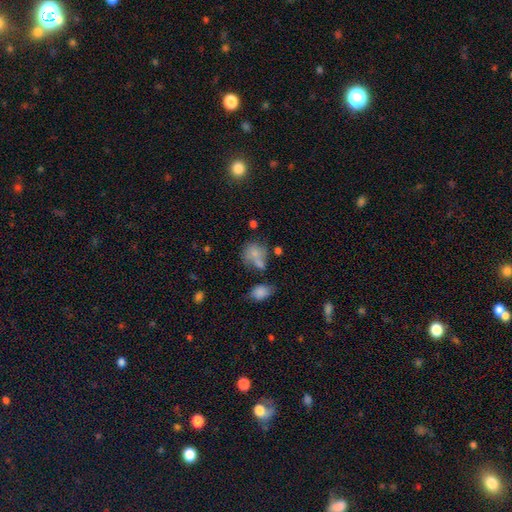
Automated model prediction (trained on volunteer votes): This is likely a smooth galaxy (71%). How rounded: possibly round (57%). Merging: marginally none (39%).